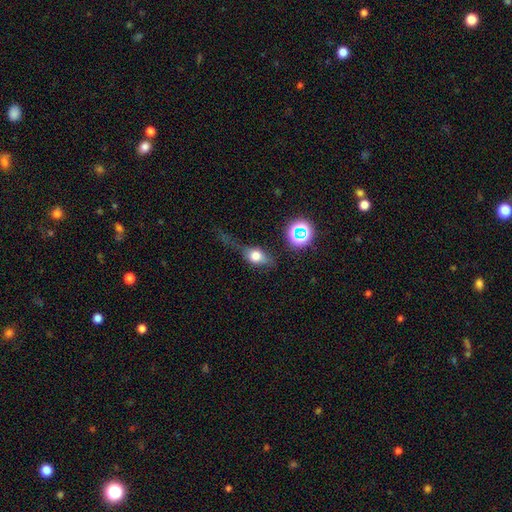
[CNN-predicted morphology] smooth 55%, featured or disk 31%, star or artifact 14%. Down the decision tree: how rounded — in between (57%); merging — none (45%).